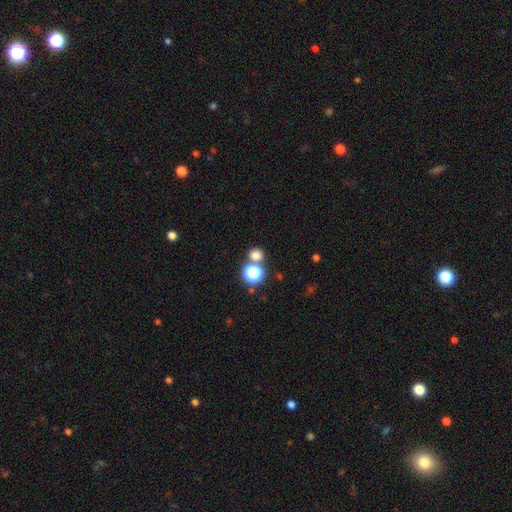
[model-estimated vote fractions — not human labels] Overall: smooth (73%). How rounded: round (81%). Merging: none (69%).